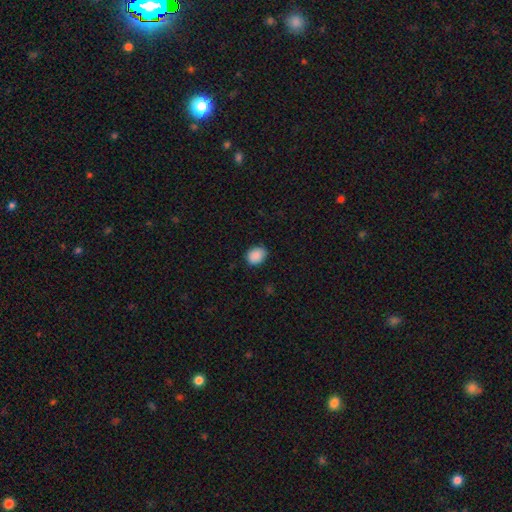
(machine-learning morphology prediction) A smooth galaxy with no disk features (89%) that is in between round and cigar-shaped (60%).

Vote fractions:
- Smooth or featured? smooth: 89% / star or artifact: 8% / featured or disk: 3%
- How rounded? in between: 60% / round: 39% / cigar-shaped: 1%
- Merging? none: 83% / minor disturbance: 14% / major disturbance: 3% / merger: 1%